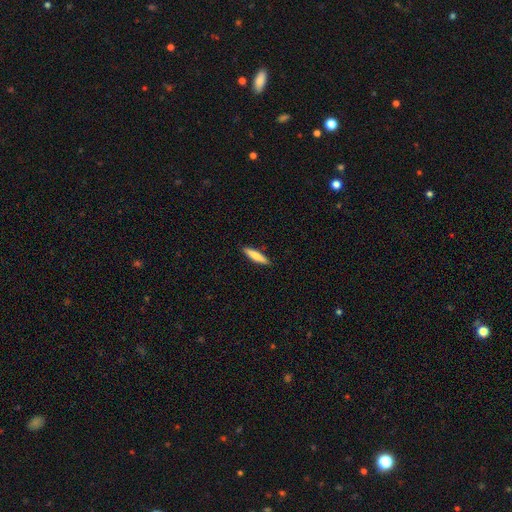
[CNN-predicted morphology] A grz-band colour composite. It shows a smooth galaxy with no disk features (76%) that is cigar-shaped (81%). Merging: none (90%).